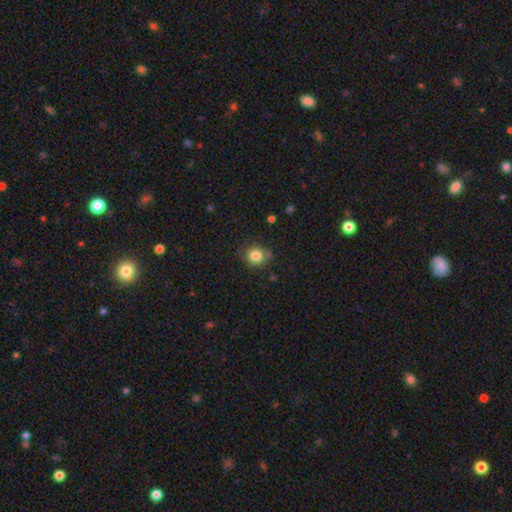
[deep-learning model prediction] smooth_or_featured: smooth (p=0.82) [alt: star or artifact p=0.11]
how_rounded: round (p=0.80) [alt: in between p=0.20]
merging: none (p=0.76) [alt: minor disturbance p=0.17]